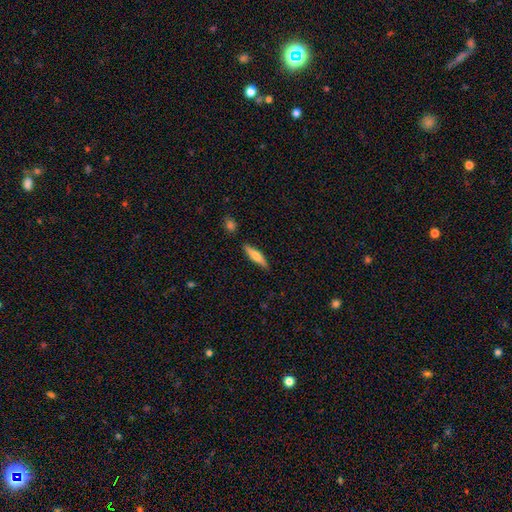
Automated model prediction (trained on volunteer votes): Smooth or featured? Predicted: smooth (p=0.62). How rounded? Predicted: cigar-shaped (p=0.76). Merging? Predicted: none (p=0.86).